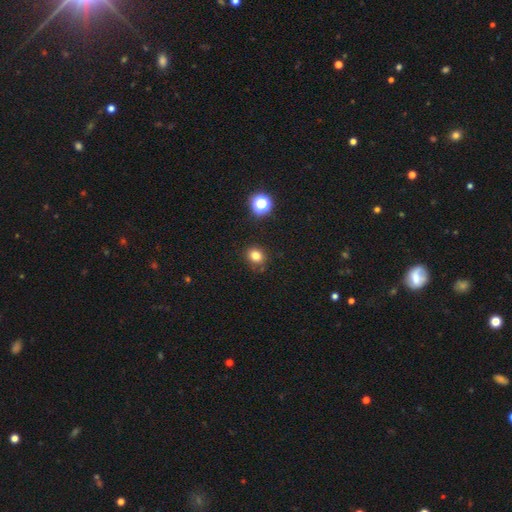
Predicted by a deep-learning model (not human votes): smooth_or_featured: smooth (p=0.79) [alt: star or artifact p=0.15]
how_rounded: round (p=0.71) [alt: in between p=0.28]
merging: none (p=0.83) [alt: minor disturbance p=0.12]